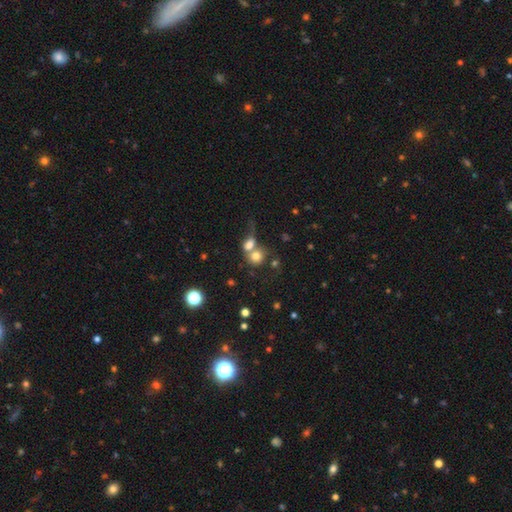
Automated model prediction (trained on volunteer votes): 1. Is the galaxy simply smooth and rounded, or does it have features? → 74% smooth, 15% featured or disk, 12% star or artifact.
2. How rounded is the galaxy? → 70% round, 28% in between, 2% cigar-shaped.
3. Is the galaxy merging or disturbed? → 62% merger, 24% none, 7% major disturbance, 7% minor disturbance.